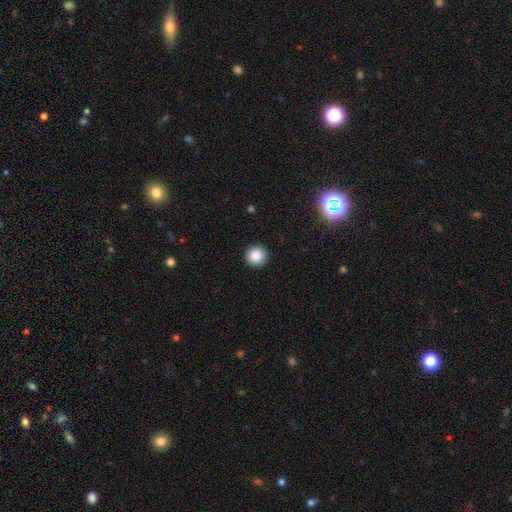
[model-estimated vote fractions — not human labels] Overall: smooth (87%). How rounded: round (96%). Merging: none (93%).